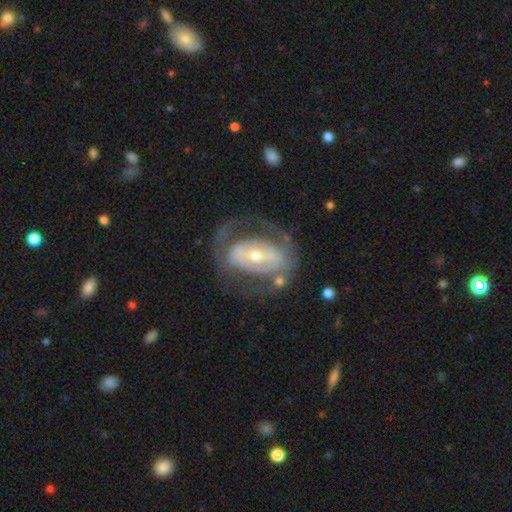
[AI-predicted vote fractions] Q: Smooth or featured?
A: featured or disk (80%); runner-up: smooth (15%)
Q: Edge-on disk?
A: no (94%); runner-up: yes (6%)
Q: Bar?
A: strong (44%); runner-up: weak (32%)
Q: Spiral arms?
A: yes (61%); runner-up: no (39%)
Q: Bulge size?
A: moderate (49%); runner-up: small (46%)
Q: Merging?
A: none (56%); runner-up: major disturbance (22%)